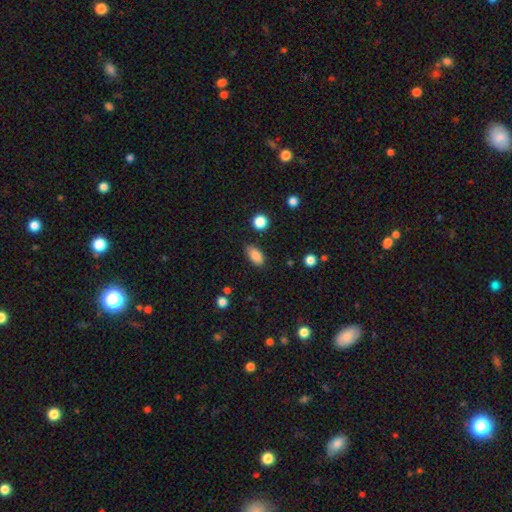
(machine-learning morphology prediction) This appears to be a smooth galaxy with no disk features (86%) that is in between round and cigar-shaped (90%). Merging: none (78%).